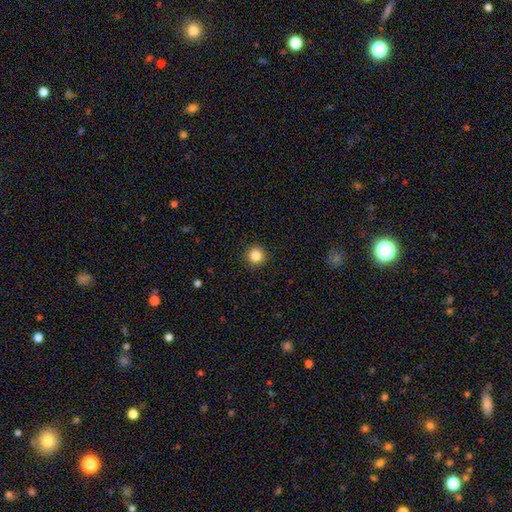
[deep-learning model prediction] smooth 85%, star or artifact 11%, featured or disk 4%. Down the decision tree: how rounded — round (96%); merging — none (93%).